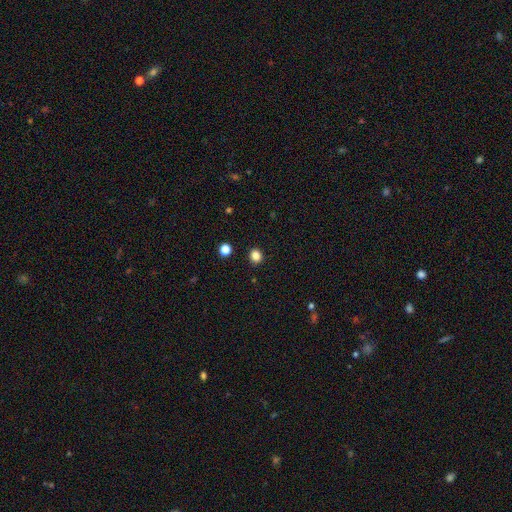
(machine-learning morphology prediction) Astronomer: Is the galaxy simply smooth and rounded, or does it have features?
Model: smooth — 84%.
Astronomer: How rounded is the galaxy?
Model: round — 79%.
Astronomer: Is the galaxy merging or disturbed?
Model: none — 91%.